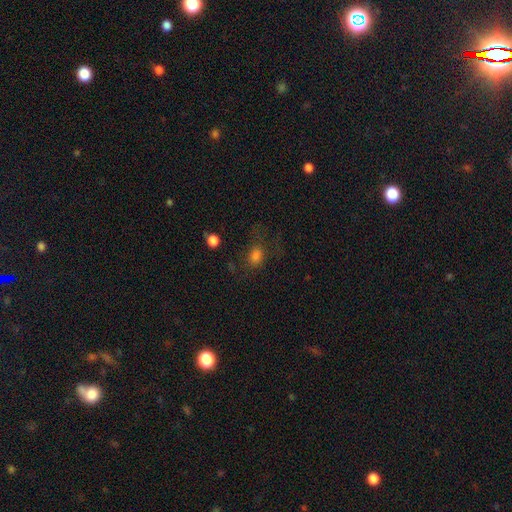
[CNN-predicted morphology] Smooth or featured?
  - smooth: 68% *
  - star or artifact: 19%
  - featured or disk: 14%
How rounded?
  - in between: 62% *
  - round: 36%
  - cigar-shaped: 2%
Merging?
  - none: 56% *
  - major disturbance: 22%
  - minor disturbance: 20%
  - merger: 3%